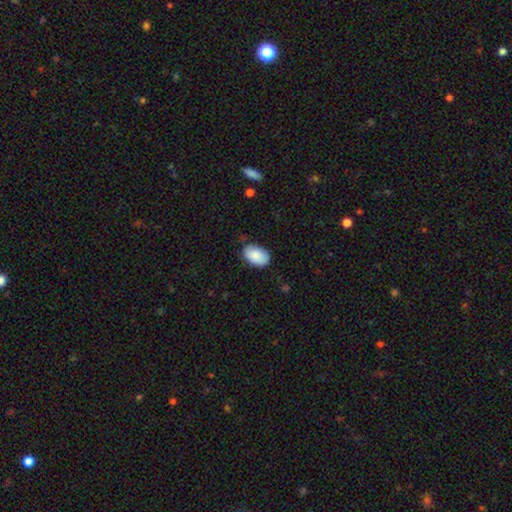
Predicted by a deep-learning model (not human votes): Smooth or featured? Predicted: smooth (p=0.87). How rounded? Predicted: in between (p=0.92). Merging? Predicted: none (p=0.74).